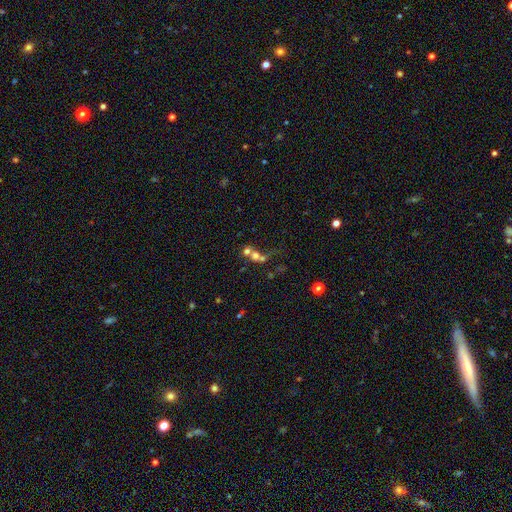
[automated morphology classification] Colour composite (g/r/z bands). It shows a smooth galaxy with no disk features (57%) that is round (76%). Merging: merger (62%).